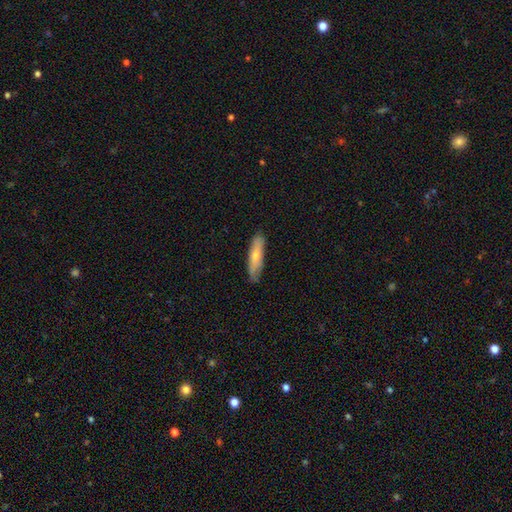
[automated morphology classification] This appears to be a smooth galaxy with no disk features (69%) that is cigar-shaped (72%). Merging: none (80%).